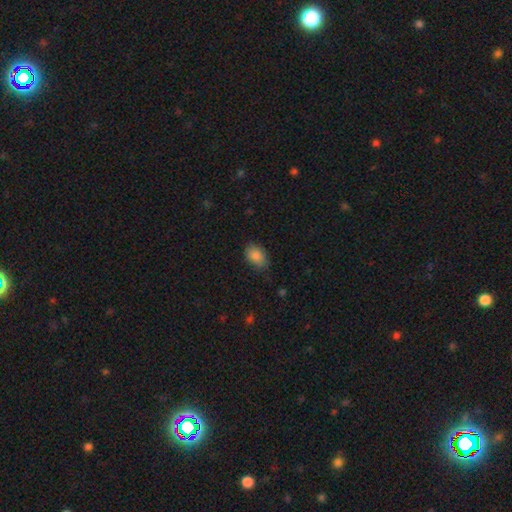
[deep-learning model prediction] Smooth or featured: smooth — 87% (star or artifact — 8%)
How rounded: in between — 84% (round — 14%)
Merging: none — 77% (minor disturbance — 18%)